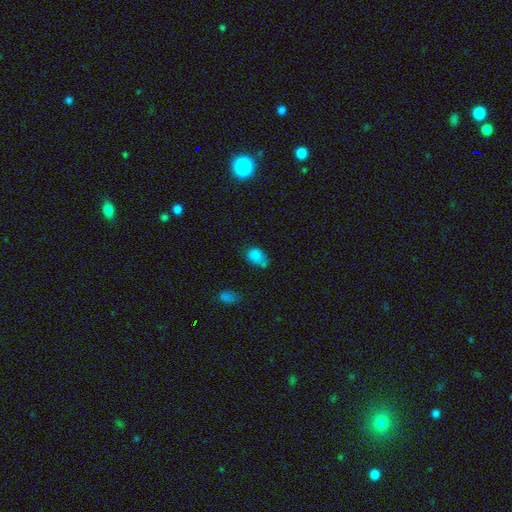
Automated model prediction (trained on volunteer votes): This appears to be a smooth galaxy with no disk features (80%) that is in between round and cigar-shaped (76%). Merging: none (39%).